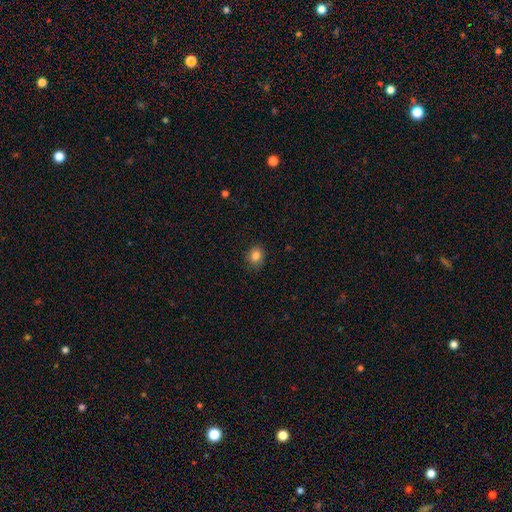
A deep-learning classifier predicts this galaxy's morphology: smooth 84%, star or artifact 10%, featured or disk 5%. Down the decision tree: how rounded — round (64%); merging — none (85%).